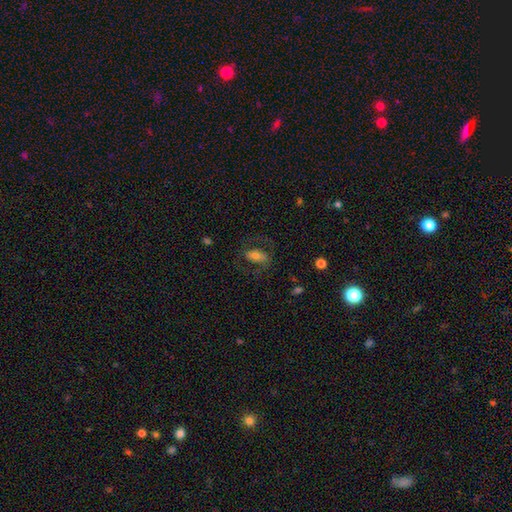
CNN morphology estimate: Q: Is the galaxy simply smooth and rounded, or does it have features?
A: smooth — 52%.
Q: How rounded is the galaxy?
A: in between — 86%.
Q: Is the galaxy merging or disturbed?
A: none — 66%.